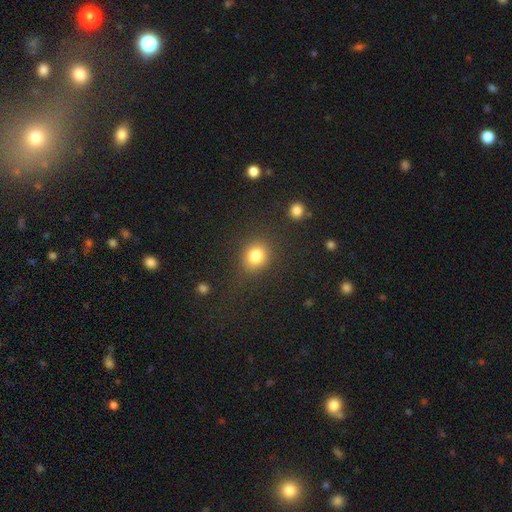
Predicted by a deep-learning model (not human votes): Morphology: type=smooth (82%); roundness=round (71%); merging=none (81%).